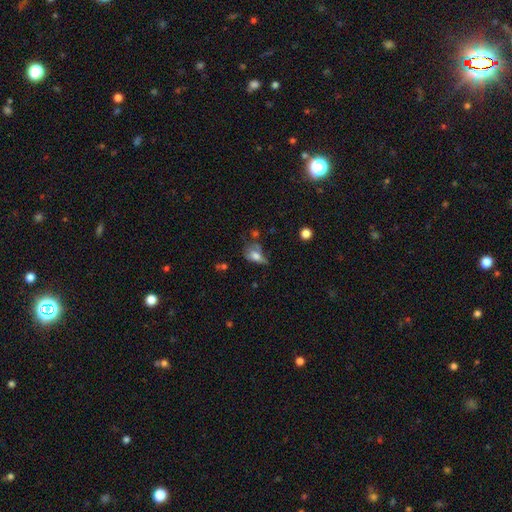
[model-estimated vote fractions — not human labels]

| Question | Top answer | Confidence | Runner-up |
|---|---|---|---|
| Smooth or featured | smooth | 65% | featured or disk (22%) |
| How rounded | in between | 76% | round (20%) |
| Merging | major disturbance | 30% | minor disturbance (29%) |